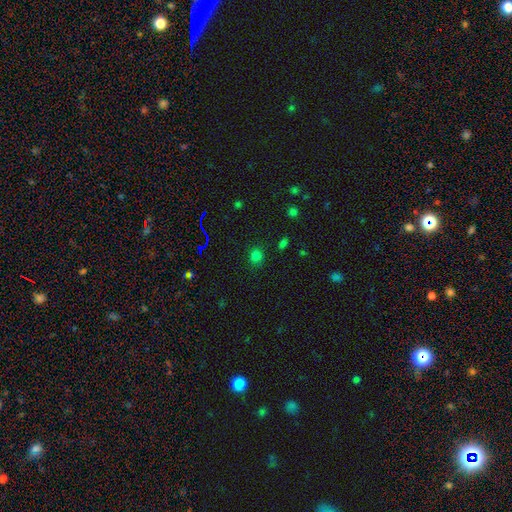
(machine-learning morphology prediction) smooth 72%, star or artifact 23%, featured or disk 5%. Down the decision tree: how rounded — round (77%); merging — none (83%).